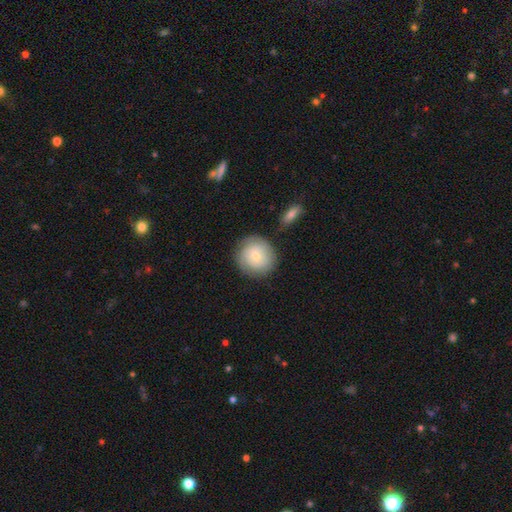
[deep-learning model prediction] Smooth or featured?
  - smooth: 55% *
  - featured or disk: 38%
  - star or artifact: 7%
How rounded?
  - round: 90% *
  - in between: 9%
  - cigar-shaped: 1%
Merging?
  - none: 80% *
  - minor disturbance: 13%
  - major disturbance: 4%
  - merger: 3%